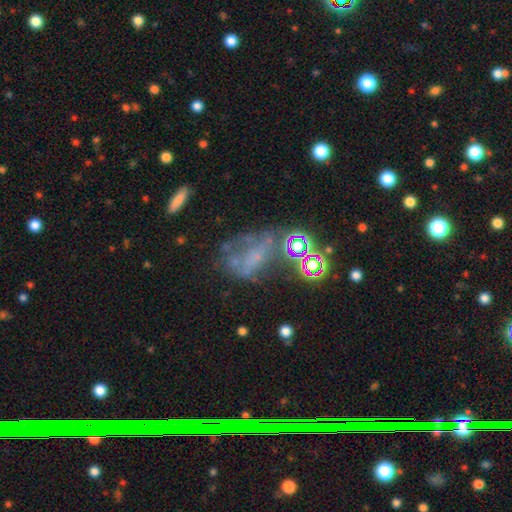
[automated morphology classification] This is marginally a featured or disk galaxy (44%). Merging: marginally major disturbance (35%).